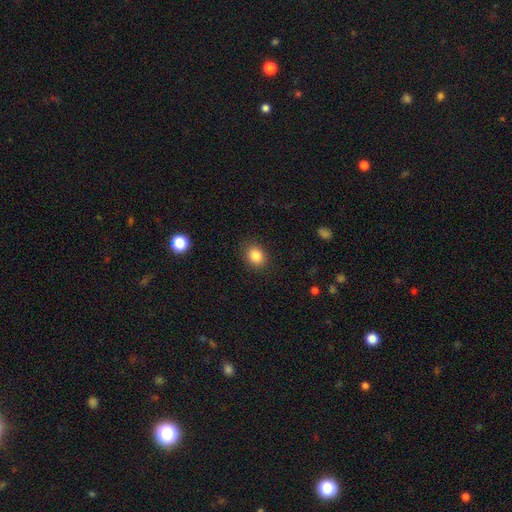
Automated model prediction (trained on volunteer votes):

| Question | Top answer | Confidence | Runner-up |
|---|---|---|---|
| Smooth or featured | smooth | 86% | star or artifact (10%) |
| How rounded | round | 57% | in between (42%) |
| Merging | none | 88% | minor disturbance (9%) |